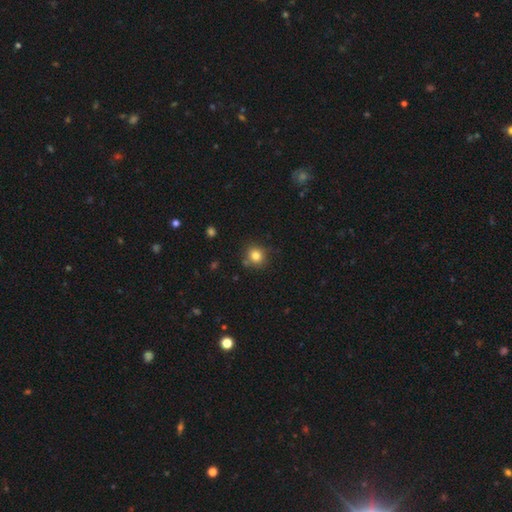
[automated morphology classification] smooth-or-featured: smooth: 82% | star or artifact: 12% | featured or disk: 6%
  how-rounded: round: 89% | in between: 10% | cigar-shaped: 1%
  merging: none: 81% | minor disturbance: 11% | merger: 5% | major disturbance: 3%